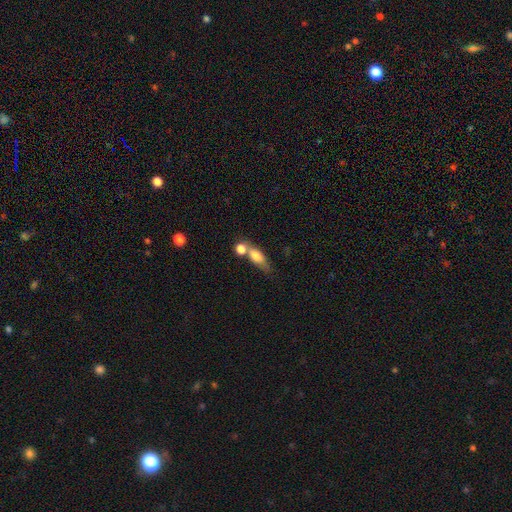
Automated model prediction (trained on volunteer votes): Smooth or featured? smooth (72%)
How rounded? in between (62%)
Merging? merger (43%)